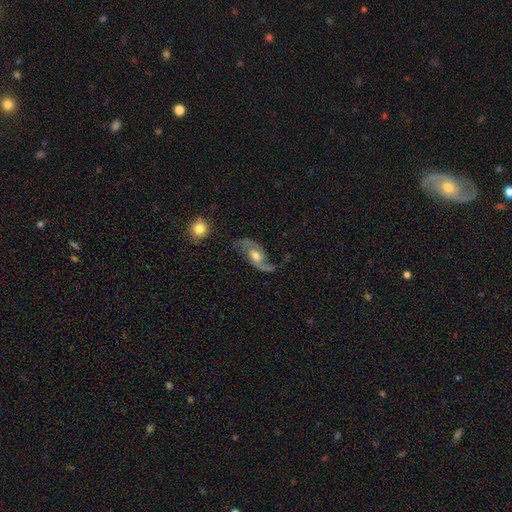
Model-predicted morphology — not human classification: Smooth or featured: featured or disk — 88% (smooth — 7%)
Edge-on disk: no — 96% (yes — 4%)
Bar: no — 53% (weak — 37%)
Spiral arms: yes — 96% (no — 4%)
Spiral winding: loose — 59% (medium — 33%)
Spiral arm count: 2 — 93% (1 — 2%)
Bulge size: moderate — 66% (small — 20%)
Merging: none — 68% (minor disturbance — 18%)